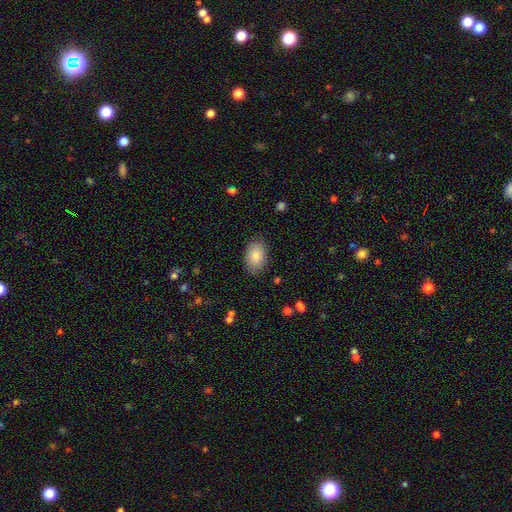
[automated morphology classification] Smooth or featured? Predicted: smooth (p=0.84). How rounded? Predicted: in between (p=0.89). Merging? Predicted: none (p=0.86).